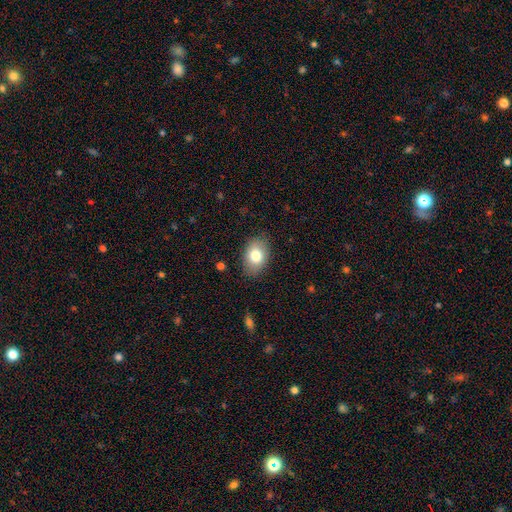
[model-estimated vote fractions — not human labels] smooth 80%, featured or disk 12%, star or artifact 8%. Down the decision tree: how rounded — in between (83%); merging — none (85%).